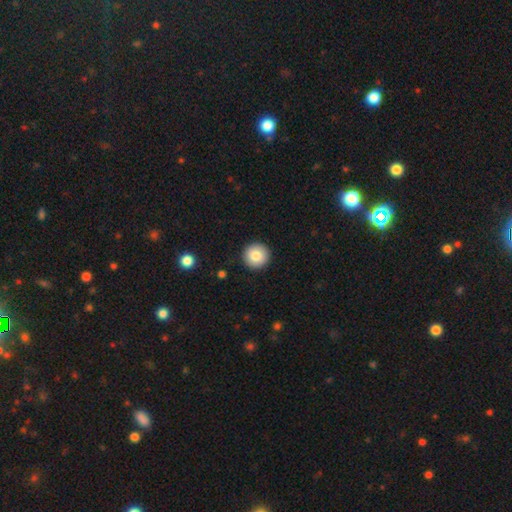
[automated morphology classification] Smooth or featured? smooth (83%)
How rounded? round (96%)
Merging? none (92%)